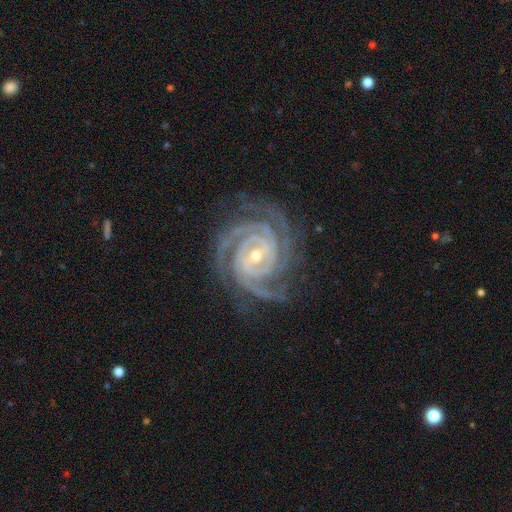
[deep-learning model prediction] featured or disk 94%, star or artifact 4%, smooth 2%. Down the decision tree: edge-on disk — no (98%); bar — no (40%); spiral arms — yes (99%); spiral arm count — 3 (35%); spiral winding — tight (83%); bulge size — small (57%); merging — none (78%).